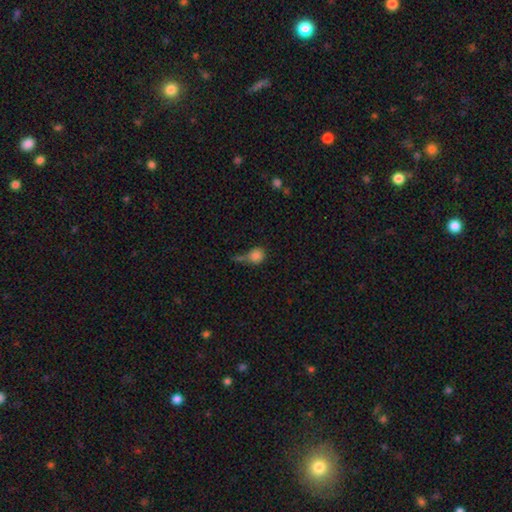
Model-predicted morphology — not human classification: This is clearly a smooth galaxy (83%). How rounded: likely round (78%). Merging: marginally none (39%).